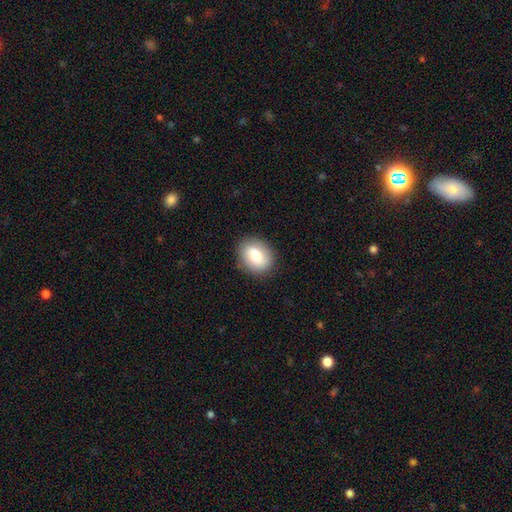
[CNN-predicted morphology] This is likely a smooth galaxy (76%). How rounded: possibly round (50%). Merging: clearly none (88%).